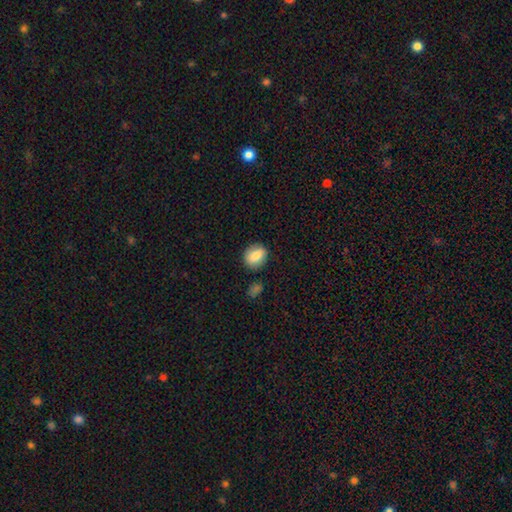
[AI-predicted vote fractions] Smooth or featured? Predicted: smooth (p=0.82). How rounded? Predicted: in between (p=0.52). Merging? Predicted: none (p=0.82).